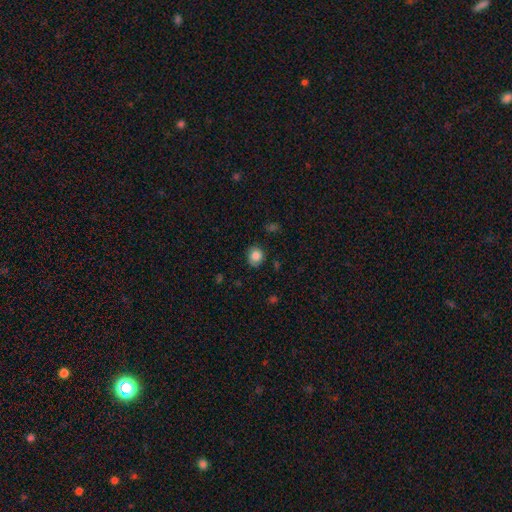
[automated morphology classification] Q: Smooth or featured?
A: smooth (83%); runner-up: star or artifact (9%)
Q: How rounded?
A: round (76%); runner-up: in between (23%)
Q: Merging?
A: none (78%); runner-up: minor disturbance (17%)